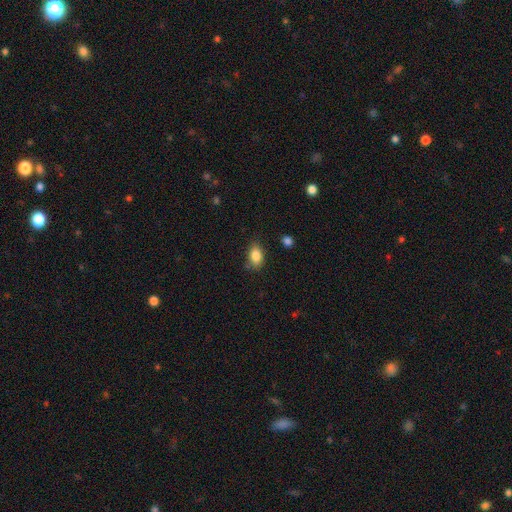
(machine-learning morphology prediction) Overall: smooth (86%). How rounded: in between (84%). Merging: none (77%).